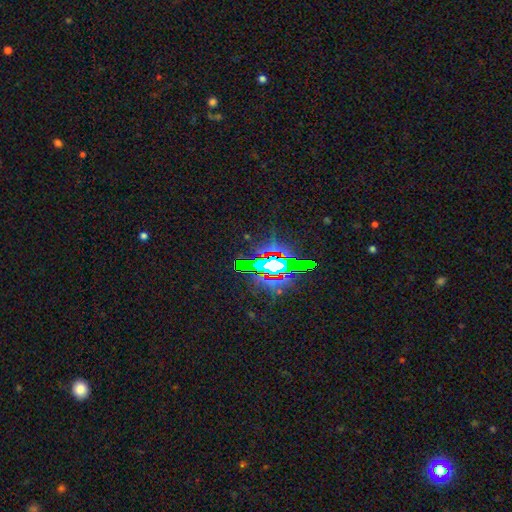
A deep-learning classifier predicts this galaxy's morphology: Smooth or featured? Predicted: star or artifact (p=0.71).